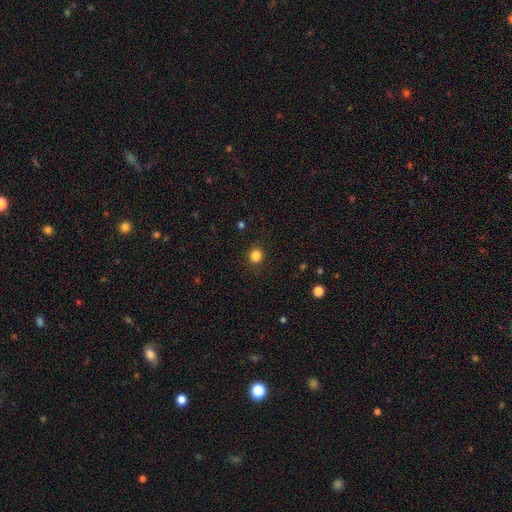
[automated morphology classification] smooth 84%, star or artifact 12%, featured or disk 4%. Down the decision tree: how rounded — round (87%); merging — none (90%).